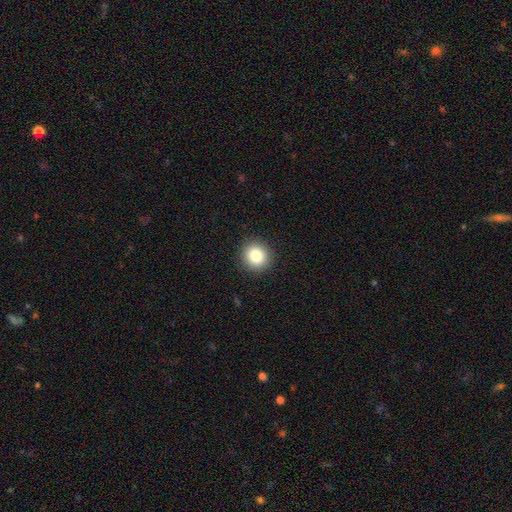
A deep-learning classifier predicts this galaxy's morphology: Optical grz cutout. It shows a smooth galaxy with no disk features (83%) that is round (89%). Merging: none (92%).